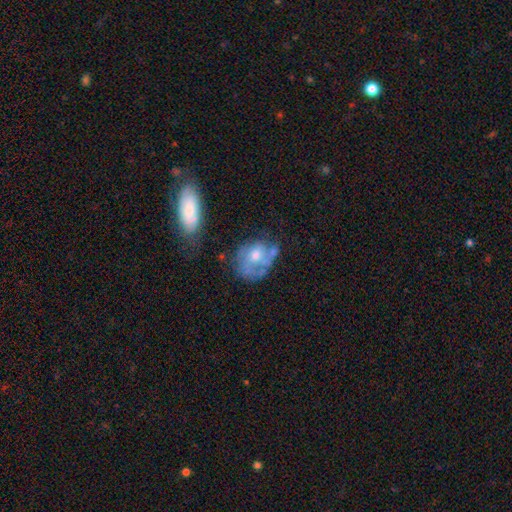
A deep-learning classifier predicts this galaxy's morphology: smooth-or-featured: featured or disk: 56% | smooth: 36% | star or artifact: 8%
  disk-edge-on: no: 96% | yes: 4%
    bar: no: 80% | weak: 17% | strong: 3%
    has-spiral-arms: yes: 52% | no: 48%
    bulge-size: moderate: 59% | small: 30% | large: 6% | none: 4% | dominant: 1%
  merging: none: 37% | minor disturbance: 26% | major disturbance: 24% | merger: 13%